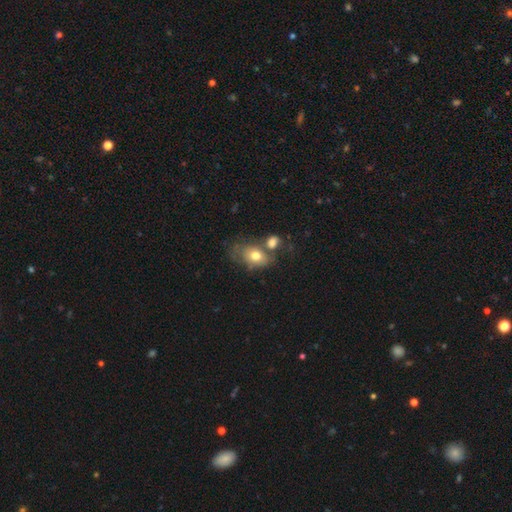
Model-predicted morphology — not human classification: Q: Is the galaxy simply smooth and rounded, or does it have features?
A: smooth — 72%.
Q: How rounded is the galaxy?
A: in between — 75%.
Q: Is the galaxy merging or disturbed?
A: merger — 37%.